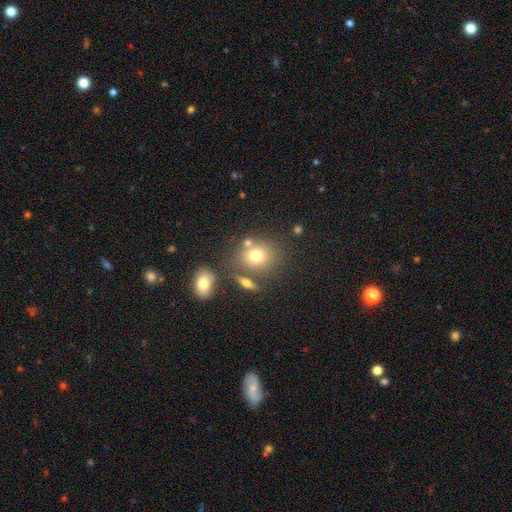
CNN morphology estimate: A smooth galaxy with no disk features (73%) that is round (66%). Merging: none (64%).